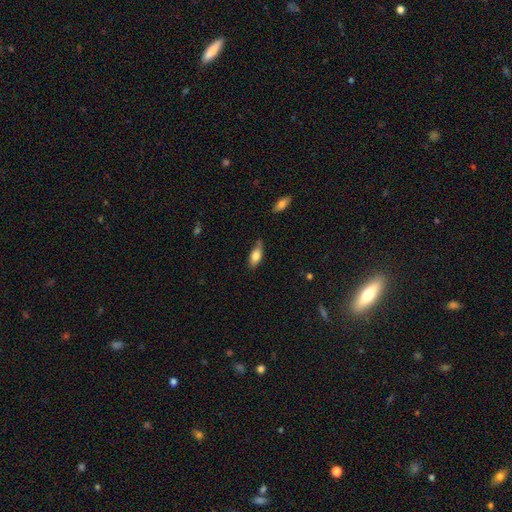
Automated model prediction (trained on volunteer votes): Morphology: type=smooth (75%); roundness=in between (79%); merging=none (60%).